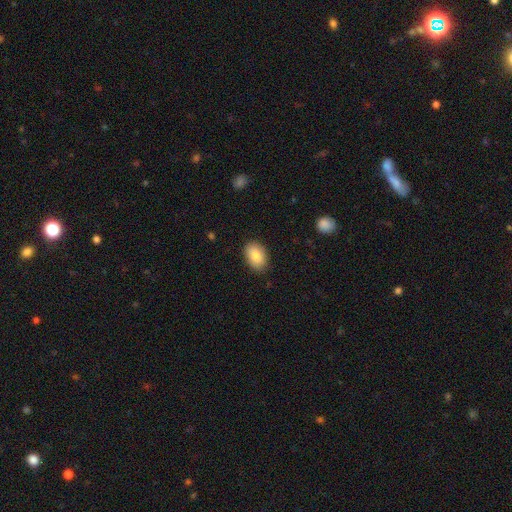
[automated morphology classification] This is clearly a smooth galaxy (86%). How rounded: clearly in between (86%). Merging: clearly none (86%).